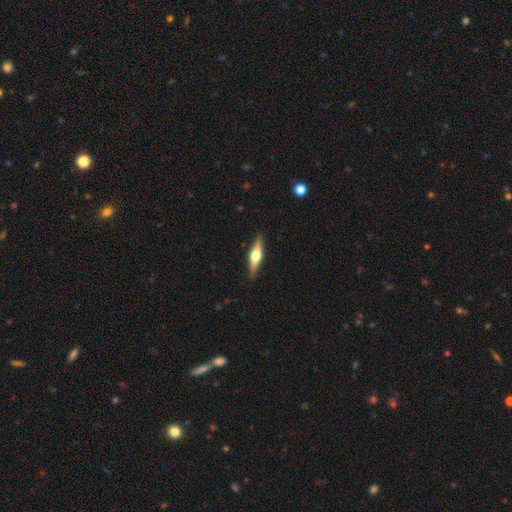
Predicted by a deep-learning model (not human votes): Smooth or featured? Predicted: featured or disk (p=0.64). Edge-on disk? Predicted: yes (p=0.96). Edge-on bulge? Predicted: rounded (p=0.94). Merging? Predicted: none (p=0.90).